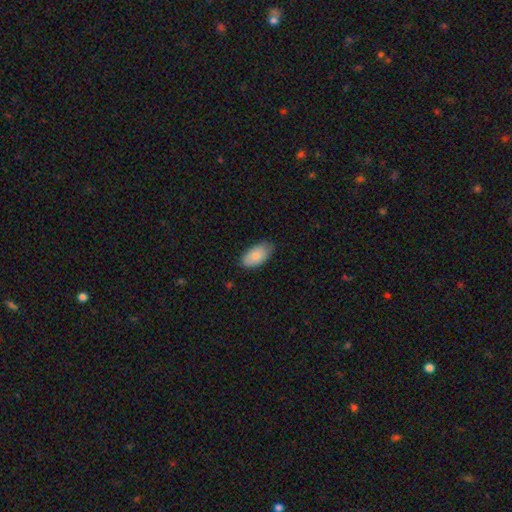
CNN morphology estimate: A smooth galaxy with no disk features (80%) that is in between round and cigar-shaped (94%). Merging: none (73%).